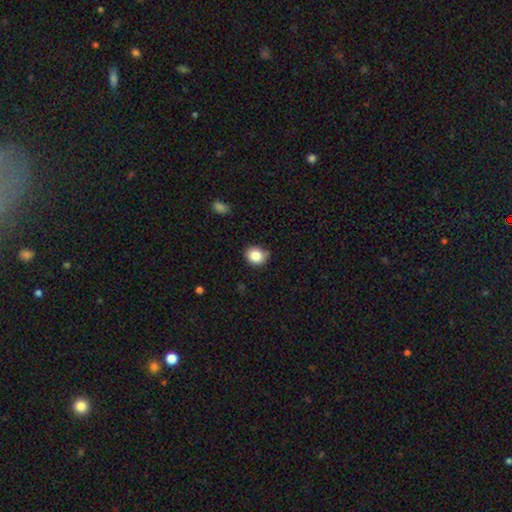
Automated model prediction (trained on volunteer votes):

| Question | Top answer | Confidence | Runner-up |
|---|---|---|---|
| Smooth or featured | smooth | 83% | star or artifact (10%) |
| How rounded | round | 70% | in between (29%) |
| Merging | none | 77% | minor disturbance (17%) |